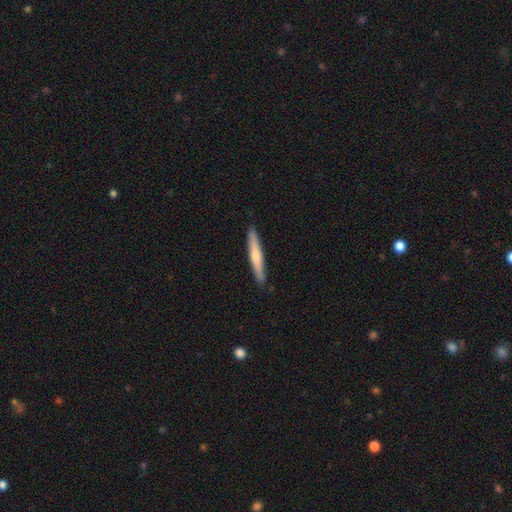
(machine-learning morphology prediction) Overall: smooth (51%; featured or disk 43%). How rounded: cigar-shaped (94%). Merging: none (91%).